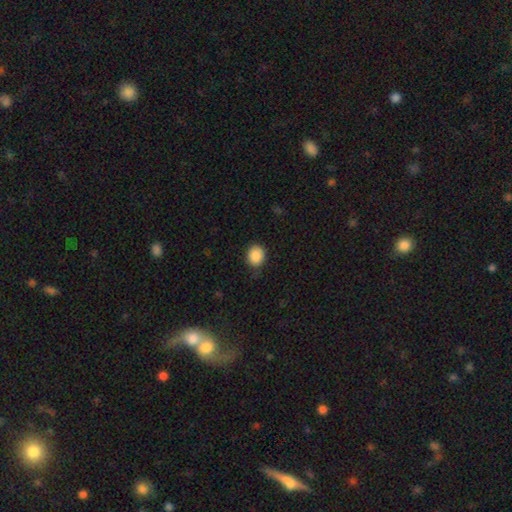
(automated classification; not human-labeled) smooth_or_featured: smooth (p=0.88) [alt: star or artifact p=0.09]
how_rounded: round (p=0.67) [alt: in between p=0.32]
merging: none (p=0.80) [alt: minor disturbance p=0.16]